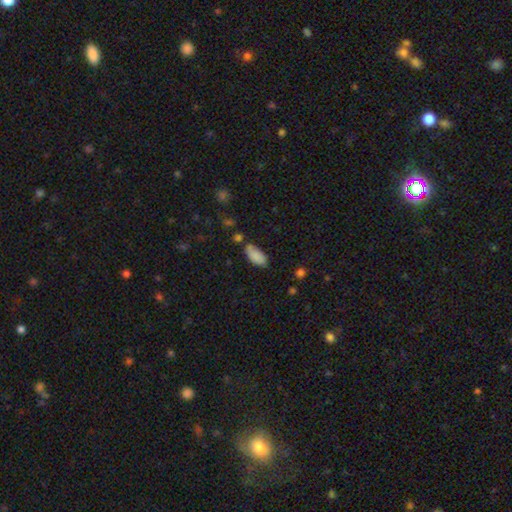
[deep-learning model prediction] smooth_or_featured: smooth (p=0.87) [alt: star or artifact p=0.07]
how_rounded: in between (p=0.91) [alt: cigar-shaped p=0.07]
merging: none (p=0.66) [alt: minor disturbance p=0.21]